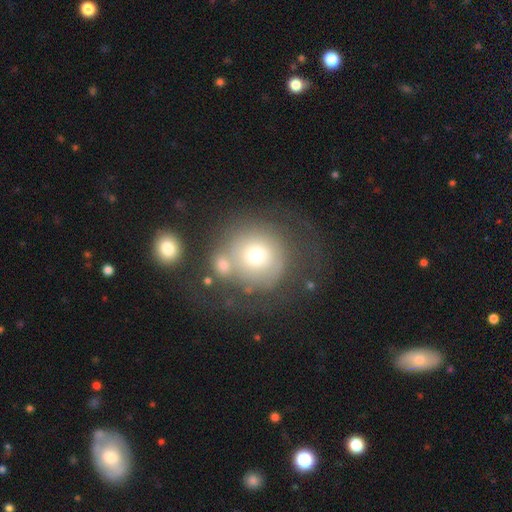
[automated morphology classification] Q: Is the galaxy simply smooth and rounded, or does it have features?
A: smooth — 56%.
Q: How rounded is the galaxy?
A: round — 91%.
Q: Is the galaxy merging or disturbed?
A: none — 49%.